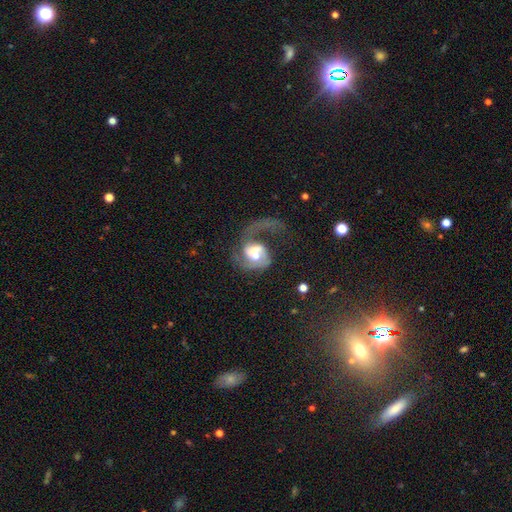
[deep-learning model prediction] Smooth or featured? featured or disk (72%)
Edge-on disk? no (98%)
Bar? no (59%)
Spiral arms? yes (84%)
Spiral winding? loose (62%)
Spiral arm count? 1 (67%)
Bulge size? moderate (54%)
Merging? major disturbance (41%)